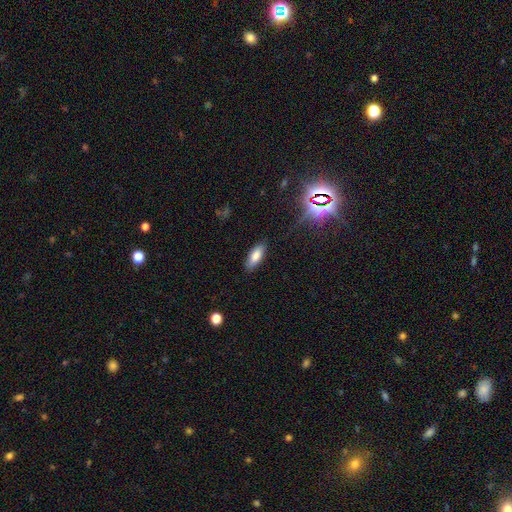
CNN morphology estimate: This is clearly a smooth galaxy (81%). How rounded: likely in between (74%). Merging: clearly none (86%).